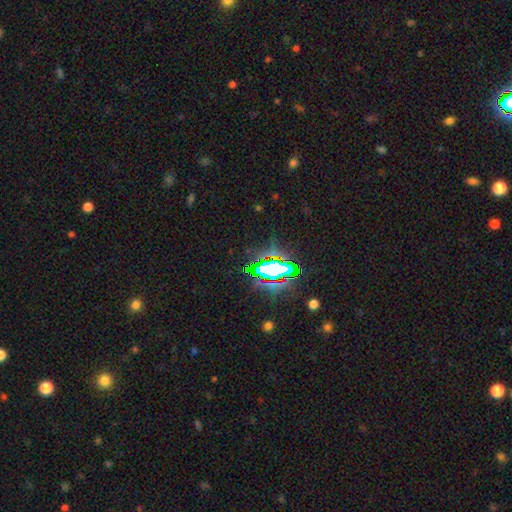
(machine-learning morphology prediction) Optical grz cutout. It shows a star or artifact, not a galaxy (78%).